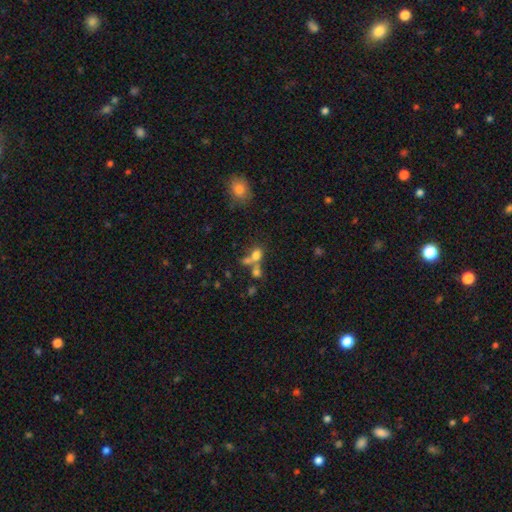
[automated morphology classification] Q: Smooth or featured?
A: smooth (68%); runner-up: star or artifact (16%)
Q: How rounded?
A: round (61%); runner-up: in between (36%)
Q: Merging?
A: merger (50%); runner-up: none (34%)